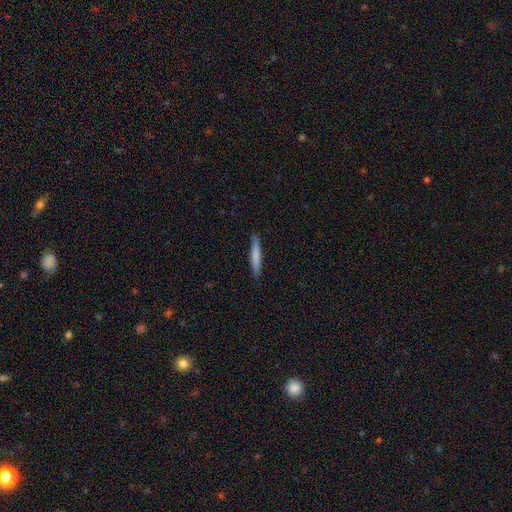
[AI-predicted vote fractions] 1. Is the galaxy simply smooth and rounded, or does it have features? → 74% smooth, 20% featured or disk, 5% star or artifact.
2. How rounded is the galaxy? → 94% cigar-shaped, 5% in between, 1% round.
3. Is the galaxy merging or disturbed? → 88% none, 9% minor disturbance, 2% major disturbance, 1% merger.